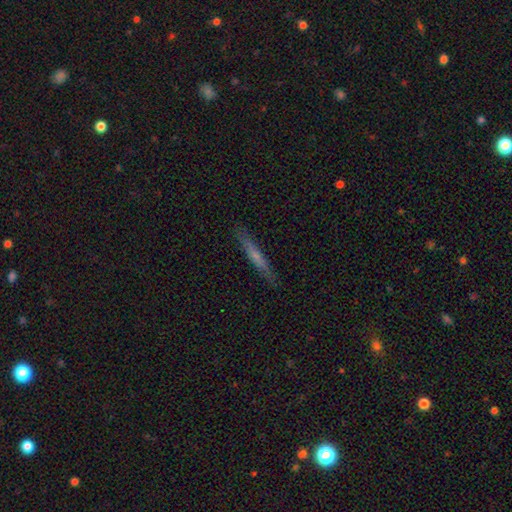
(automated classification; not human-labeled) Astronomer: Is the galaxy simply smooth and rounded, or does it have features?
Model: smooth — 54% (runner-up: featured or disk, 40%).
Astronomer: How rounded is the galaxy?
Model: cigar-shaped — 95%.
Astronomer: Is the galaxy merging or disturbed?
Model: none — 88%.